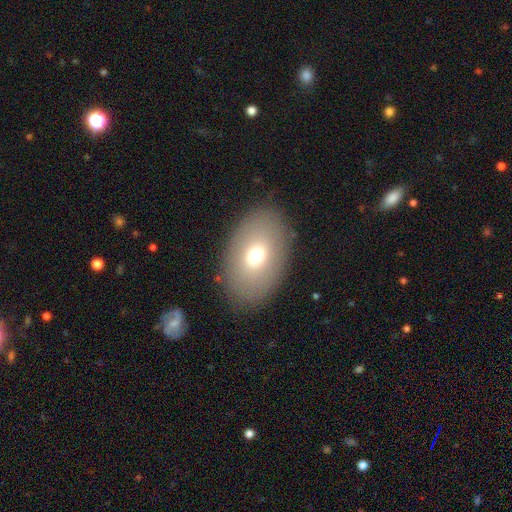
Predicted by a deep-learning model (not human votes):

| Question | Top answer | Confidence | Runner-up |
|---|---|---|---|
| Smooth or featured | smooth | 68% | featured or disk (22%) |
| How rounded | in between | 84% | round (15%) |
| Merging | none | 86% | minor disturbance (9%) |